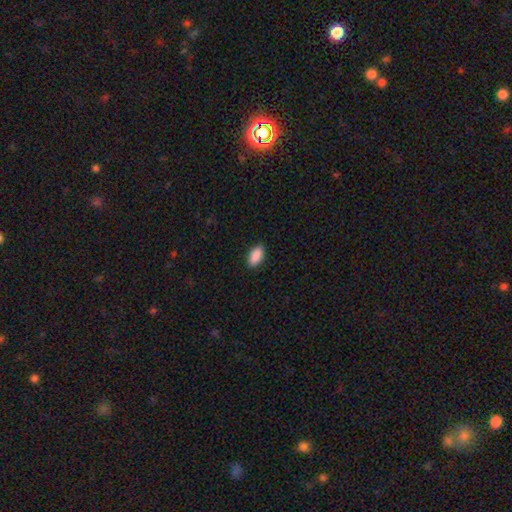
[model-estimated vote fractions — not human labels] A smooth galaxy with no disk features (90%) that is in between round and cigar-shaped (92%). Merging: none (90%).